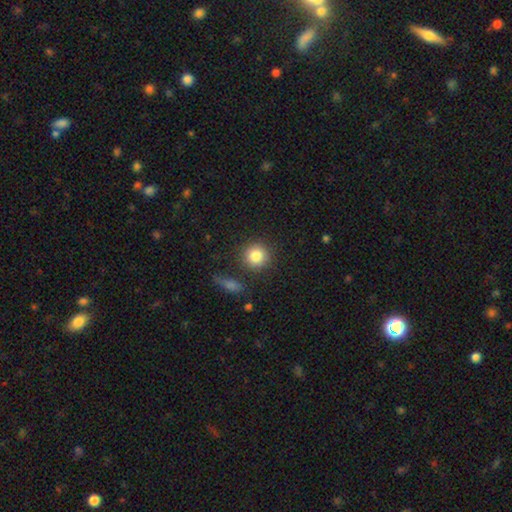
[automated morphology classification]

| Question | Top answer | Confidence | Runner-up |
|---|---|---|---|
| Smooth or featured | smooth | 85% | star or artifact (9%) |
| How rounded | round | 91% | in between (8%) |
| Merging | none | 84% | minor disturbance (8%) |